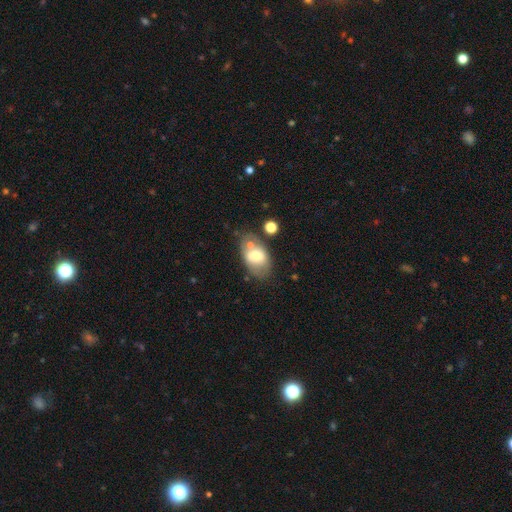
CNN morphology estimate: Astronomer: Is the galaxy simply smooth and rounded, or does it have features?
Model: smooth — 62%.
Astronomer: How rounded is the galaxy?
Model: in between — 89%.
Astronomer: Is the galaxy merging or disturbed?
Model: none — 54%.